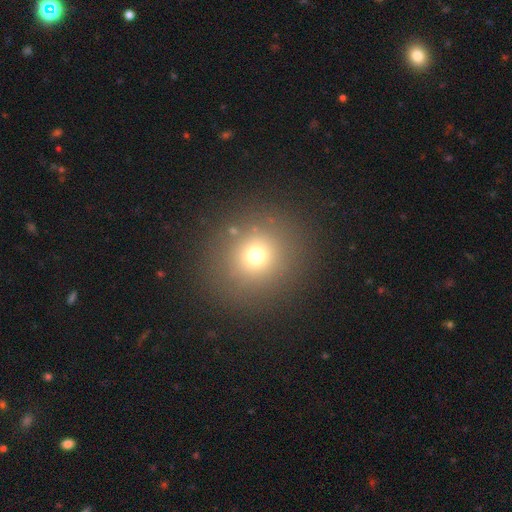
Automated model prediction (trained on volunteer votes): smooth-or-featured: smooth: 70% | star or artifact: 20% | featured or disk: 10%
  how-rounded: round: 89% | in between: 10% | cigar-shaped: 1%
  merging: none: 86% | minor disturbance: 7% | major disturbance: 4% | merger: 2%